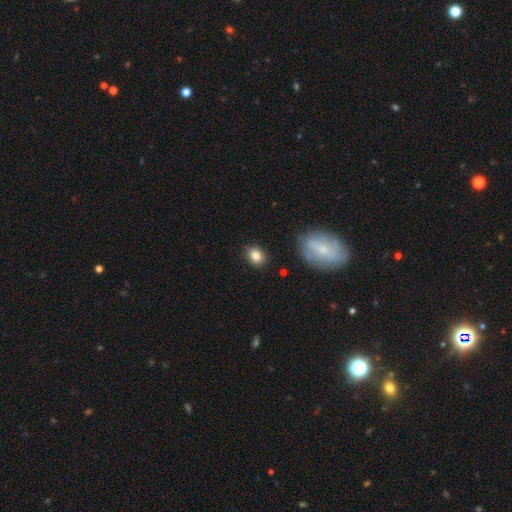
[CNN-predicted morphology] type=smooth (83%); roundness=round (55%); merging=none (86%).